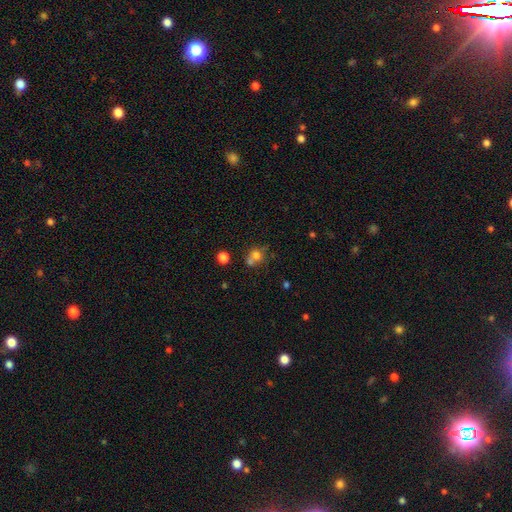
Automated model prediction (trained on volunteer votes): smooth-or-featured: smooth: 70% | star or artifact: 15% | featured or disk: 14%
  how-rounded: round: 78% | in between: 21% | cigar-shaped: 1%
  merging: none: 43% | merger: 40% | minor disturbance: 11% | major disturbance: 5%